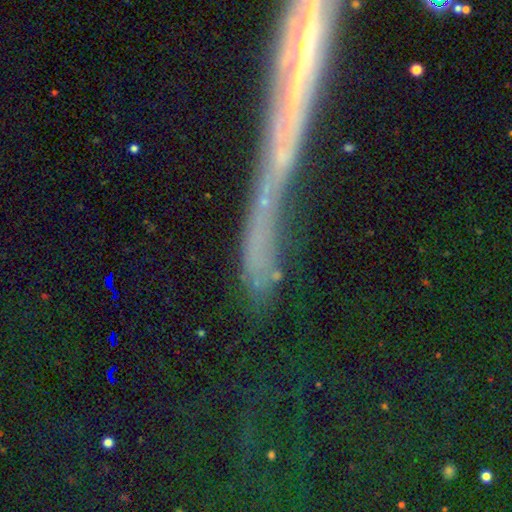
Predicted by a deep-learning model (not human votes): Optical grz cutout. It shows a star or artifact, not a galaxy (43%).